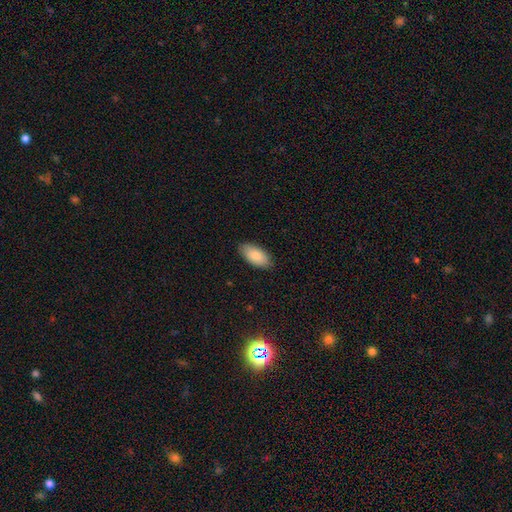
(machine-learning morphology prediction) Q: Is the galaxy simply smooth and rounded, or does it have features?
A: smooth — 87%.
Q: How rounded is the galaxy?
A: in between — 95%.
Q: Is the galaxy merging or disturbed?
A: none — 86%.